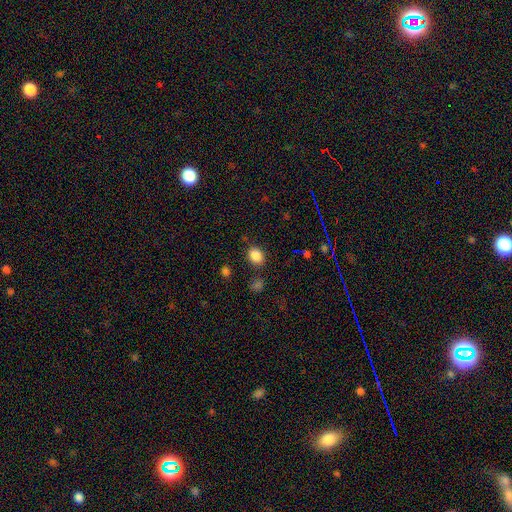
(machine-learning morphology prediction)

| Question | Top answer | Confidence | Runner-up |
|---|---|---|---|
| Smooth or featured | smooth | 85% | star or artifact (11%) |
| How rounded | in between | 54% | round (45%) |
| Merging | none | 82% | minor disturbance (11%) |